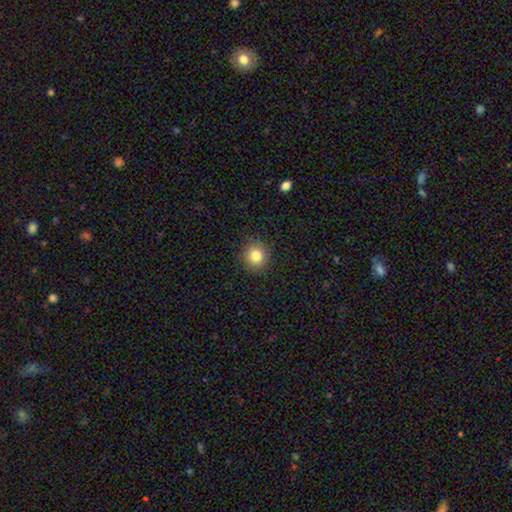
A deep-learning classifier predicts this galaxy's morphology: Overall: smooth (83%). How rounded: round (90%). Merging: none (89%).